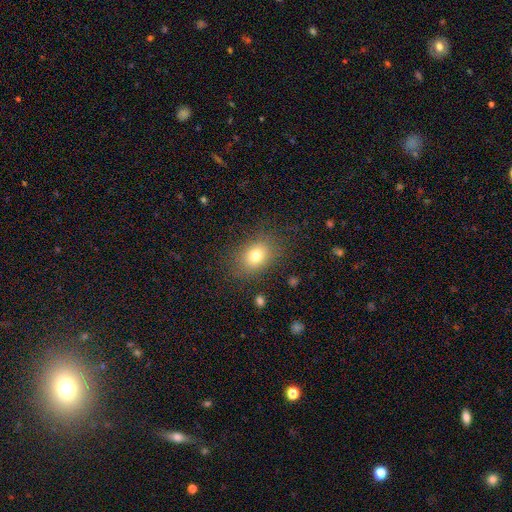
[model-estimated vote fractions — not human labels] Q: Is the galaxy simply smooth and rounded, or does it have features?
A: smooth — 76%.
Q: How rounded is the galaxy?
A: in between — 63%.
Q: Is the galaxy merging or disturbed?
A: none — 80%.